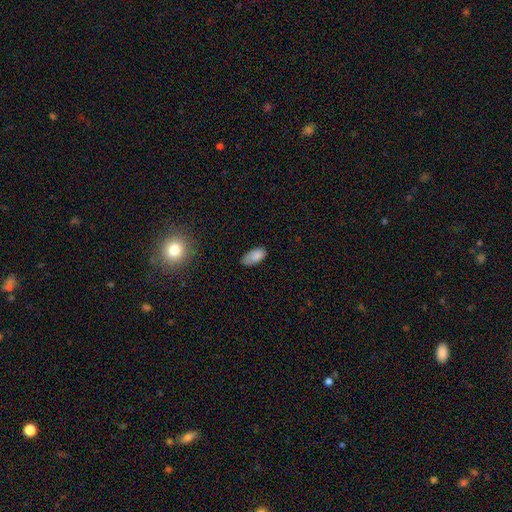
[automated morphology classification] Overall: smooth (84%). How rounded: in between (94%). Merging: none (66%; minor disturbance 27%).